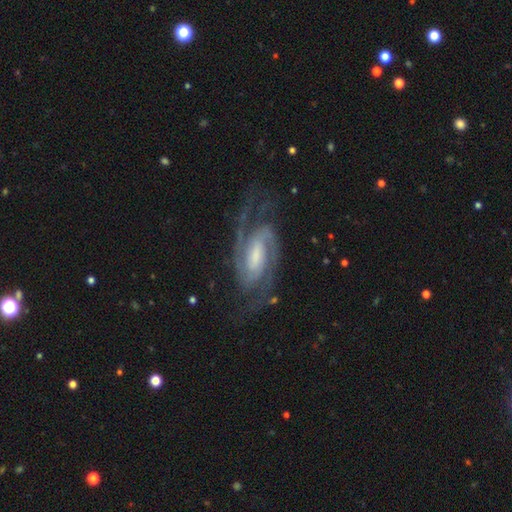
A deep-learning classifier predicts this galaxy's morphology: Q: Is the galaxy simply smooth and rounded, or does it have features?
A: featured or disk — 92%.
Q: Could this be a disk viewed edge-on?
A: no — 97%.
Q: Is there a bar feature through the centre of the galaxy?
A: weak — 45%.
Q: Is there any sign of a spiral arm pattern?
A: yes — 98%.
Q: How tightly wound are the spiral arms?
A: medium — 48%.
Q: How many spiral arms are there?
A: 2 — 84%.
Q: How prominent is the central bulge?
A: small — 37%.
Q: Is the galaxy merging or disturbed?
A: none — 75%.